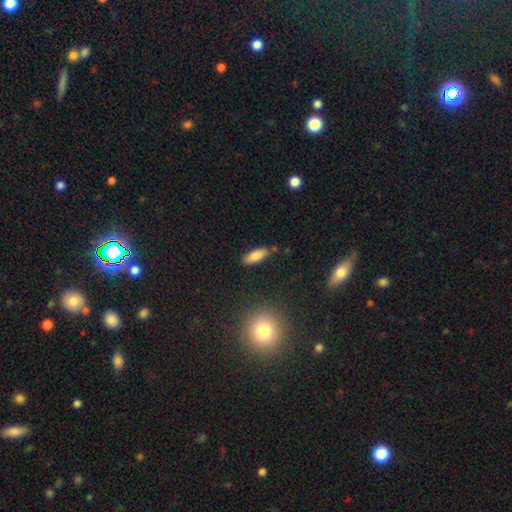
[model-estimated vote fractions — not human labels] This is clearly a smooth galaxy (82%). How rounded: likely in between (75%). Merging: clearly none (82%).